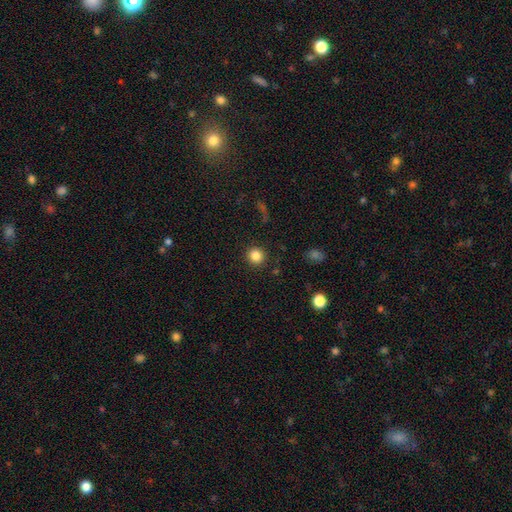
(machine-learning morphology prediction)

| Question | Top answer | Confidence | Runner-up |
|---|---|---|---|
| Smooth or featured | smooth | 85% | star or artifact (11%) |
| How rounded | round | 92% | in between (7%) |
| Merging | none | 90% | minor disturbance (6%) |